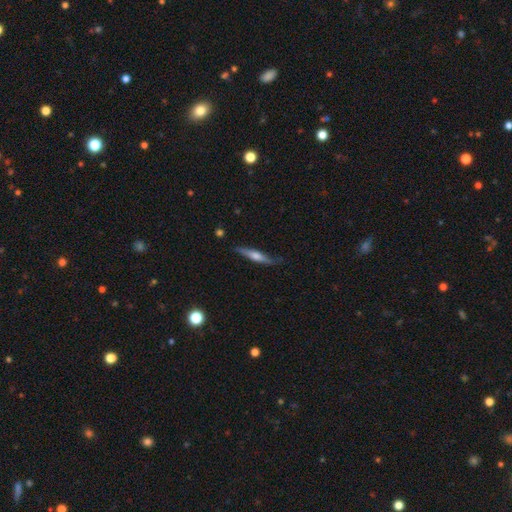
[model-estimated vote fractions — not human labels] Q: Smooth or featured?
A: featured or disk (60%); runner-up: smooth (34%)
Q: Edge-on disk?
A: yes (95%); runner-up: no (5%)
Q: Edge-on bulge?
A: rounded (79%); runner-up: boxy (12%)
Q: Merging?
A: none (79%); runner-up: minor disturbance (16%)